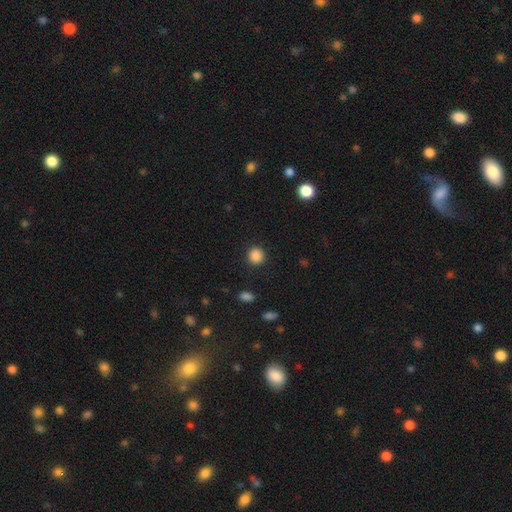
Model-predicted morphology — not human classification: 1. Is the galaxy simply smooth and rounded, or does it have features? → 87% smooth, 10% star or artifact, 3% featured or disk.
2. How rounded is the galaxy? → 90% round, 9% in between, 1% cigar-shaped.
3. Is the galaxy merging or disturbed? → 91% none, 6% minor disturbance, 2% major disturbance, 1% merger.